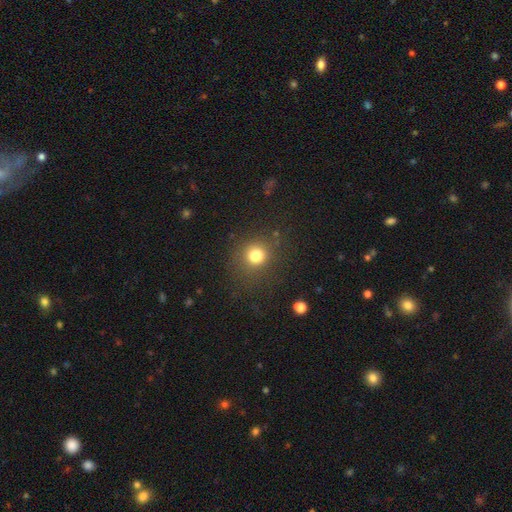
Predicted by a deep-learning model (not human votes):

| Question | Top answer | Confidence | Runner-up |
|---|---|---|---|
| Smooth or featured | smooth | 79% | star or artifact (14%) |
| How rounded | round | 85% | in between (14%) |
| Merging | none | 79% | minor disturbance (12%) |